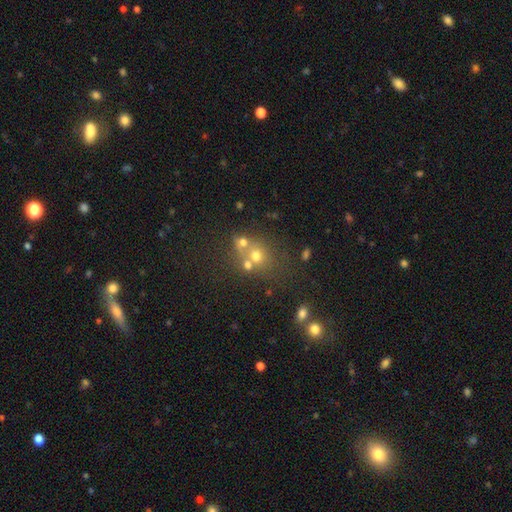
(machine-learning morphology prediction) A smooth galaxy with no disk features (58%) that is round (75%). Merging: none (45%).